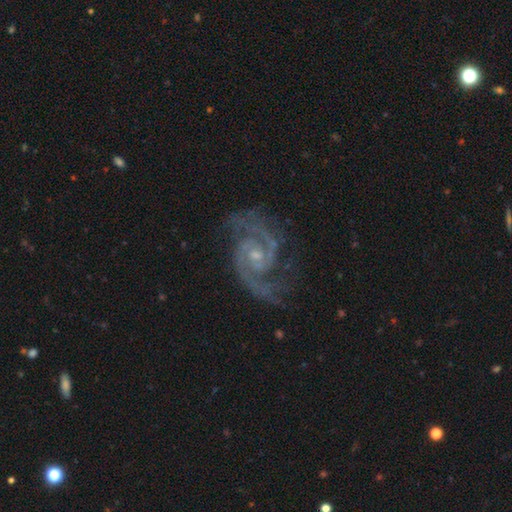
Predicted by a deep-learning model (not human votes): A featured or disk galaxy (93%) with no bar (53%), 2 (89%) medium (58%) spiral arms (99%) and a small central bulge (61%). Merging: none (72%).